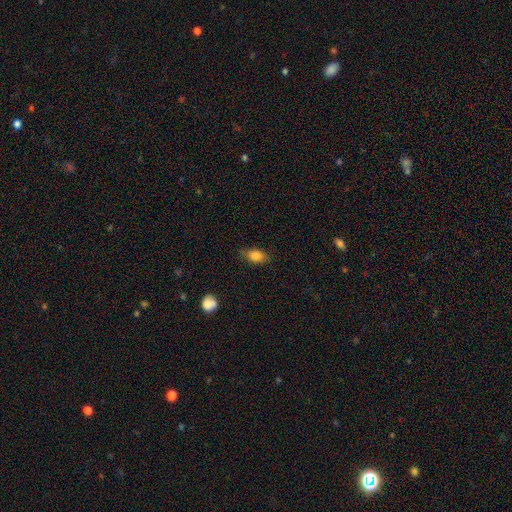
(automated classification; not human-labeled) Morphology: type=smooth (77%); roundness=in between (80%); merging=none (73%).